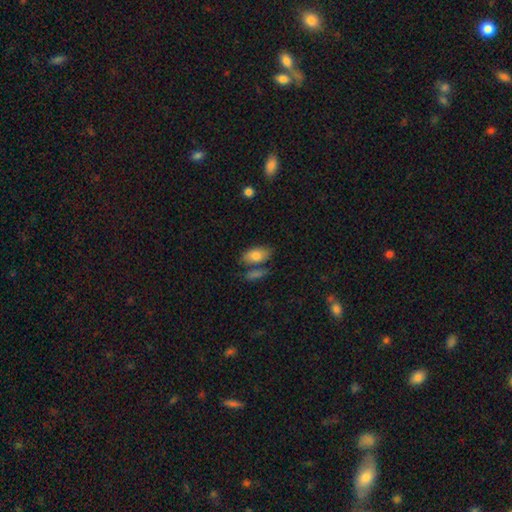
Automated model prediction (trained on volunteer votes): Overall: smooth (80%). How rounded: in between (91%). Merging: none (57%; merger 21%).